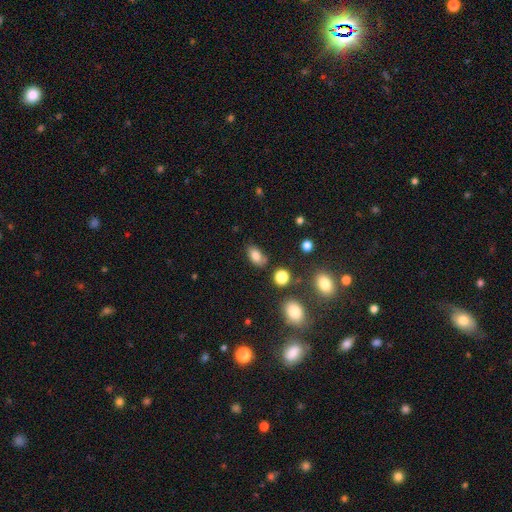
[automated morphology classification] This is clearly a smooth galaxy (81%). How rounded: clearly in between (88%). Merging: likely none (69%).